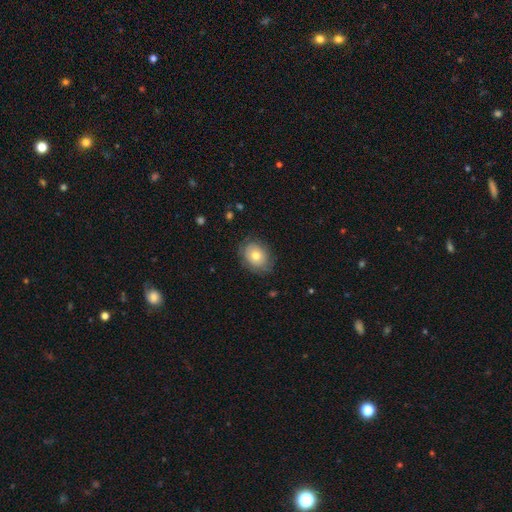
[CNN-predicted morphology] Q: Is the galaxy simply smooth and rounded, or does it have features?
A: smooth — 65%.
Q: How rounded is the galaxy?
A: in between — 57%.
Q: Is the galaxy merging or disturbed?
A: none — 77%.